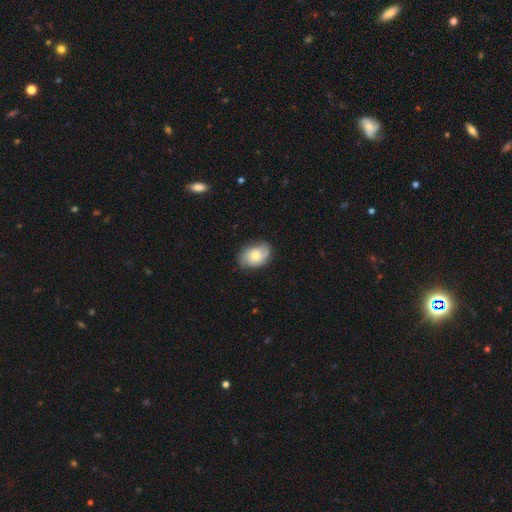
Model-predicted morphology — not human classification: Smooth or featured? smooth (52%)
How rounded? in between (82%)
Merging? none (71%)